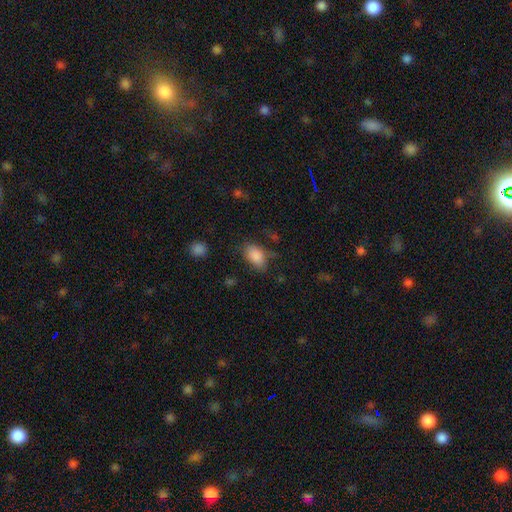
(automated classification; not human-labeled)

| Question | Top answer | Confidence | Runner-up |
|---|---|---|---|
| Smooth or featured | smooth | 86% | star or artifact (8%) |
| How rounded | in between | 90% | round (8%) |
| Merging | none | 66% | minor disturbance (23%) |